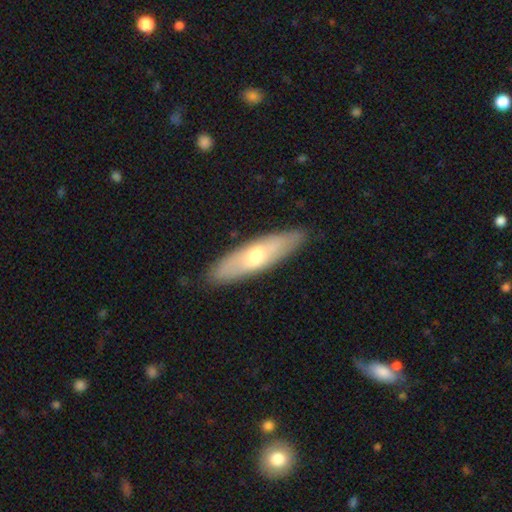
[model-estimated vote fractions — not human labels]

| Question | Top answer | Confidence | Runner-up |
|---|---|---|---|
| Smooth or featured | smooth | 53% | featured or disk (42%) |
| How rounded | cigar-shaped | 60% | in between (38%) |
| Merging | none | 87% | minor disturbance (9%) |